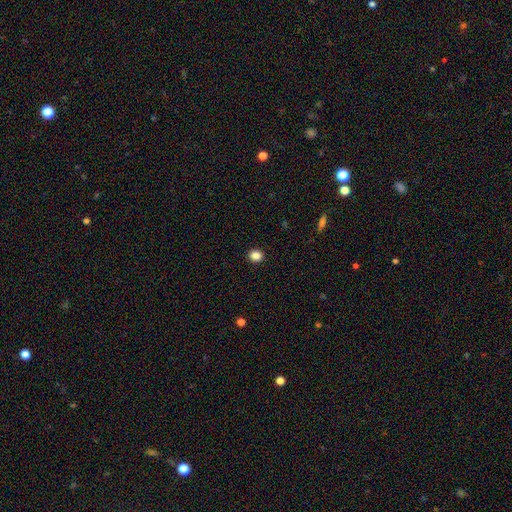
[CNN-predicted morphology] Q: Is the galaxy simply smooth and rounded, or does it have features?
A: smooth — 86%.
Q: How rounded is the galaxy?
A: round — 71%.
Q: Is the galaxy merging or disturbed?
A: none — 92%.